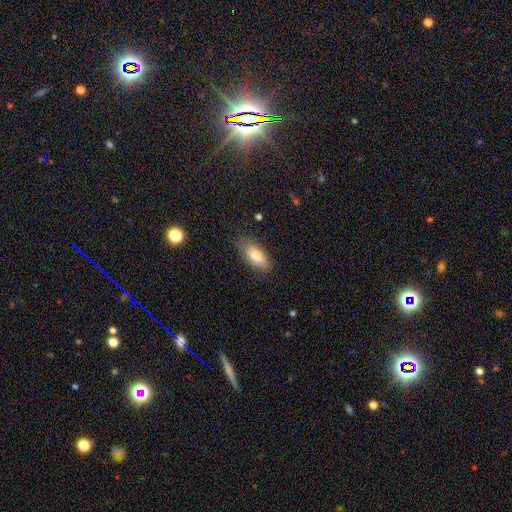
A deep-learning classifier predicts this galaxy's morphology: Smooth or featured: smooth — 80% (featured or disk — 13%)
How rounded: in between — 86% (cigar-shaped — 11%)
Merging: none — 78% (minor disturbance — 17%)